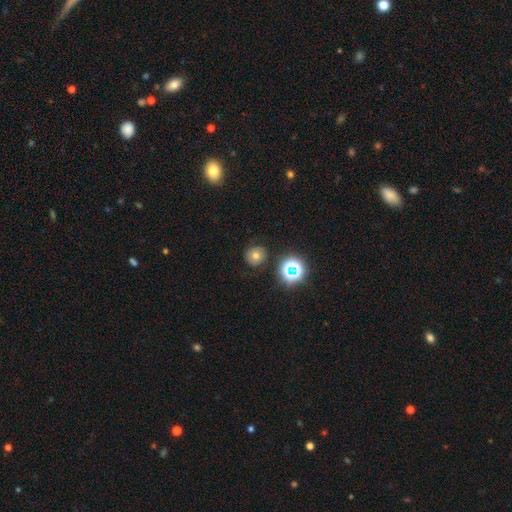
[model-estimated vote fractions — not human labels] smooth_or_featured: smooth (p=0.66) [alt: star or artifact p=0.21]
how_rounded: round (p=0.91) [alt: in between p=0.08]
merging: none (p=0.85) [alt: minor disturbance p=0.10]